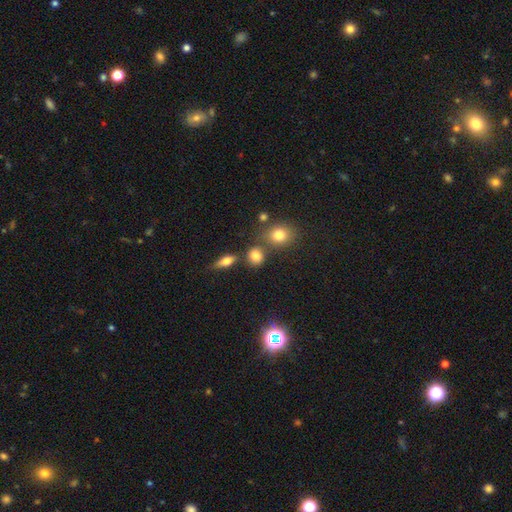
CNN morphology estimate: Smooth or featured? Predicted: smooth (p=0.78). How rounded? Predicted: round (p=0.70). Merging? Predicted: none (p=0.68).